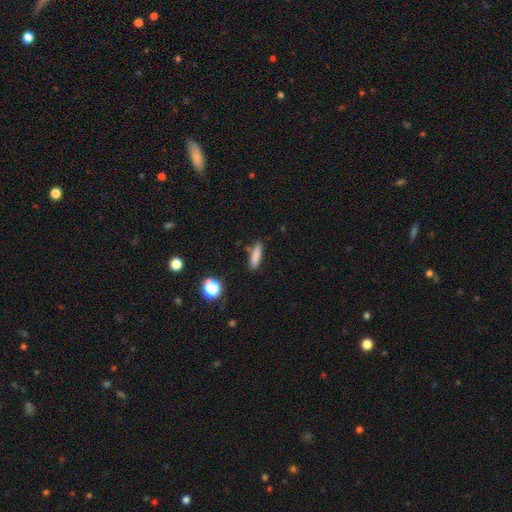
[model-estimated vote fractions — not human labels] Morphology: type=smooth (82%); roundness=cigar-shaped (71%); merging=none (82%).